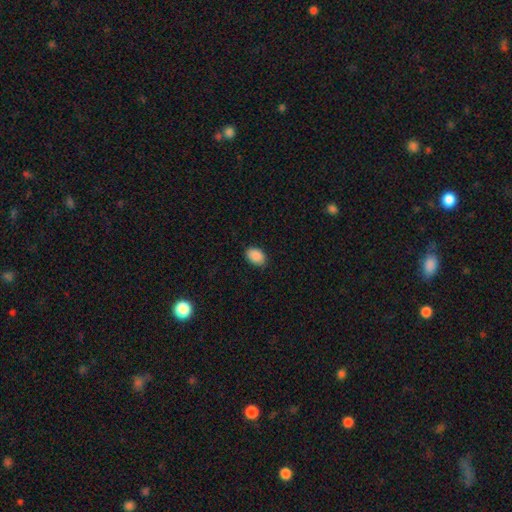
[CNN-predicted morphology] A smooth galaxy with no disk features (90%) that is in between round and cigar-shaped (84%). Merging: none (84%).